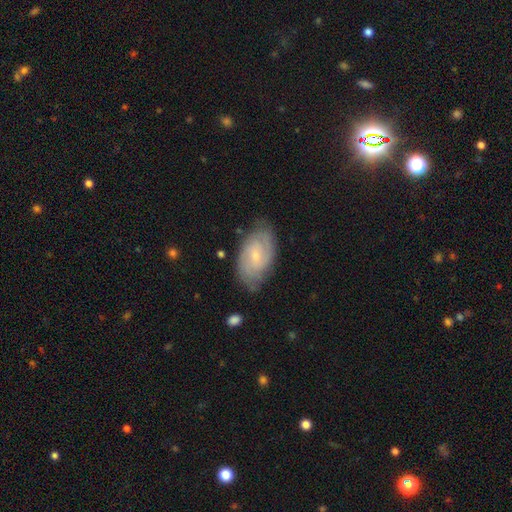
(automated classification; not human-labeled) smooth-or-featured: featured or disk: 69% | smooth: 25% | star or artifact: 6%
  disk-edge-on: no: 95% | yes: 5%
    bar: no: 50% | weak: 43% | strong: 7%
    has-spiral-arms: yes: 91% | no: 9%
      spiral-winding: tight: 54% | medium: 36% | loose: 10%
      spiral-arm-count: 2: 58% | can't tell: 26% | 3: 8% | 1: 3% | 4: 3% | more than 4: 2%
    bulge-size: small: 72% | moderate: 23% | none: 3% | large: 1% | dominant: 1%
  merging: none: 74% | minor disturbance: 20% | major disturbance: 5% | merger: 2%